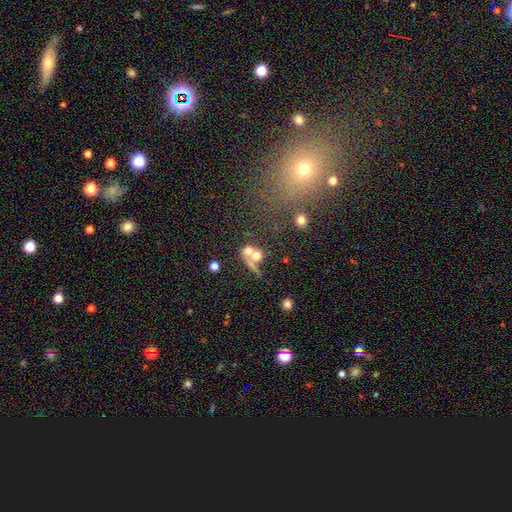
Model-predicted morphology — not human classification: Smooth or featured? Predicted: smooth (p=0.56). How rounded? Predicted: round (p=0.69). Merging? Predicted: merger (p=0.50).